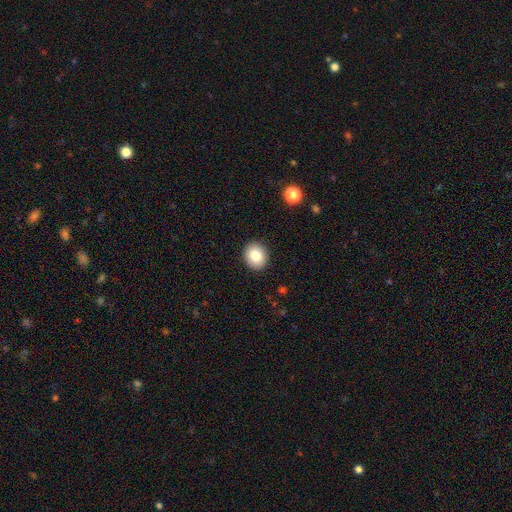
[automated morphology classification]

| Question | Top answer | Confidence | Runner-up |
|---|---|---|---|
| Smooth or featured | smooth | 82% | star or artifact (9%) |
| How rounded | round | 79% | in between (21%) |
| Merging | none | 92% | minor disturbance (6%) |